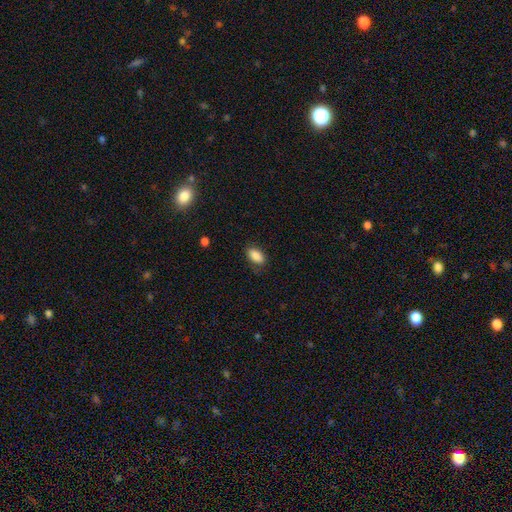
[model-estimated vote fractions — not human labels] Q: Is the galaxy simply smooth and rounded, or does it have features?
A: smooth — 87%.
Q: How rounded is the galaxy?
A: in between — 92%.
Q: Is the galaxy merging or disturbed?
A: none — 80%.